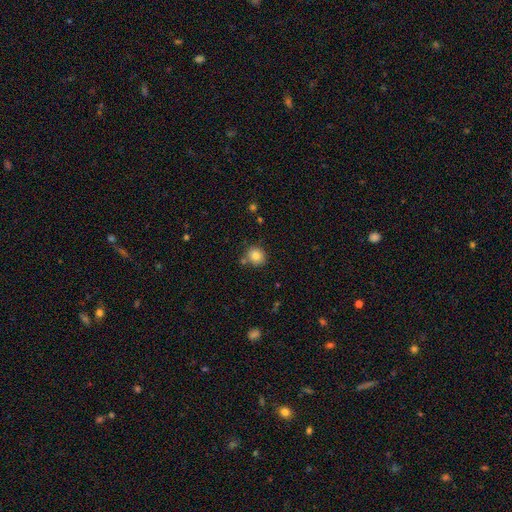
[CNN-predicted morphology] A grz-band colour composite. It shows a smooth galaxy with no disk features (81%) that is round (86%). Merging: none (77%).